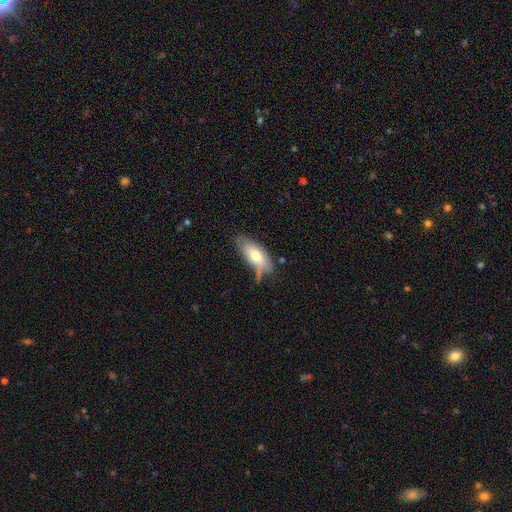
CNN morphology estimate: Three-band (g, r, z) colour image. It shows a smooth galaxy with no disk features (67%) that is in between round and cigar-shaped (81%). Merging: none (55%).